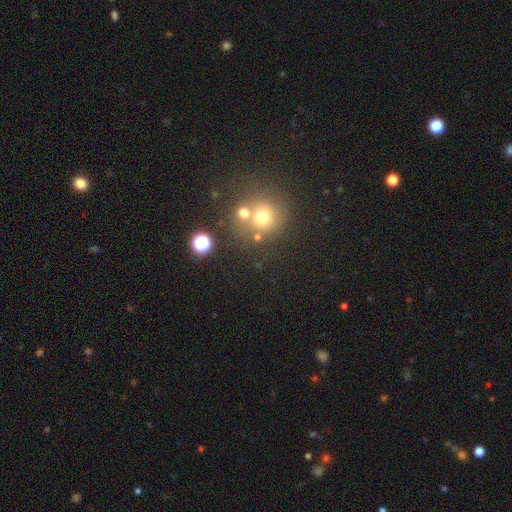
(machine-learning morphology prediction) This appears to be a star or artifact, not a galaxy (46%).